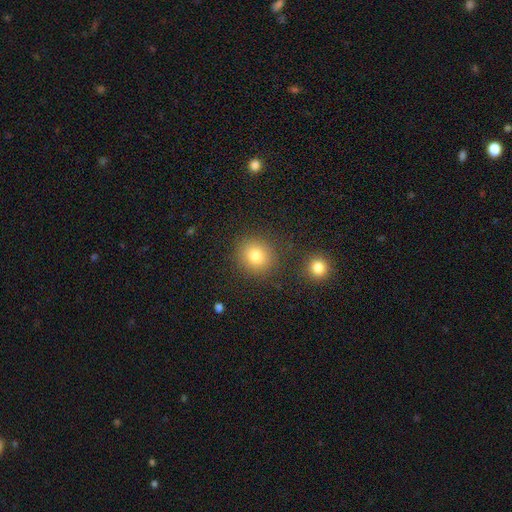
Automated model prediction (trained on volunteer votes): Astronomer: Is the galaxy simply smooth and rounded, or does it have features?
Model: smooth — 82%.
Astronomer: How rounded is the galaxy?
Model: round — 85%.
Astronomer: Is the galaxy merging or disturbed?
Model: none — 85%.